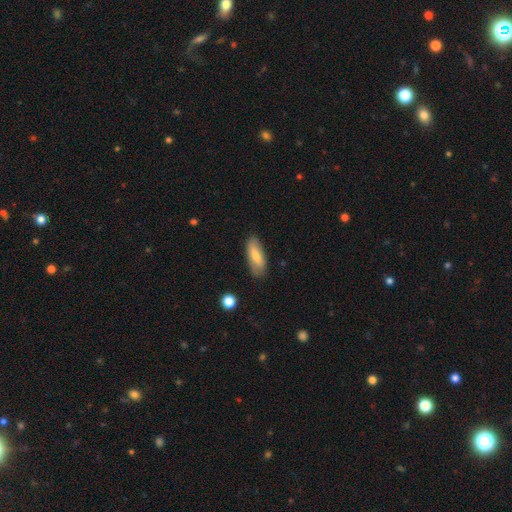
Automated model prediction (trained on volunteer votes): Smooth or featured? smooth (72%)
How rounded? in between (71%)
Merging? none (80%)